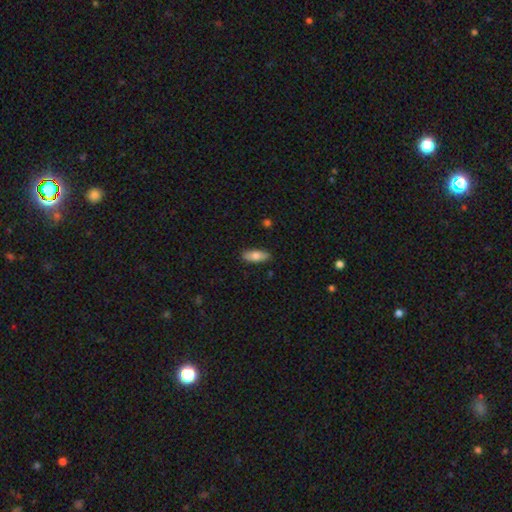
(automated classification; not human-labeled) Overall: smooth (77%). How rounded: in between (73%). Merging: none (86%).